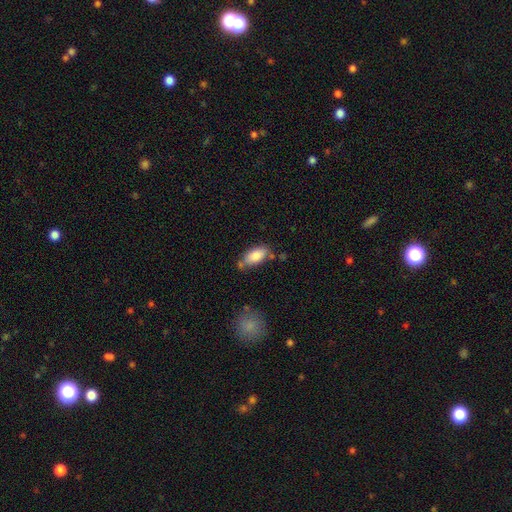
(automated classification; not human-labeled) This is clearly a smooth galaxy (82%). How rounded: clearly in between (87%). Merging: likely none (61%).